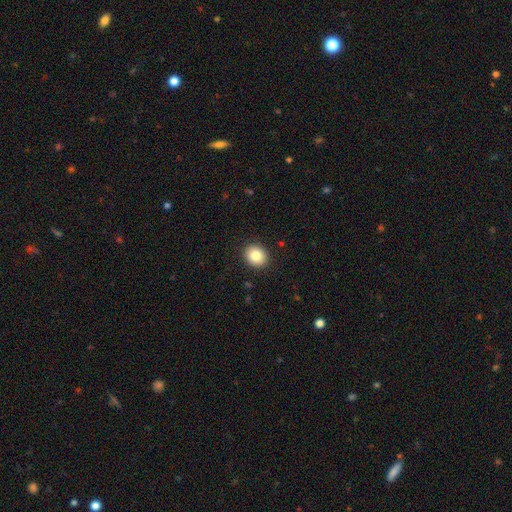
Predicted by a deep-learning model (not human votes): Smooth or featured: smooth — 84% (star or artifact — 9%)
How rounded: round — 69% (in between — 30%)
Merging: none — 91% (minor disturbance — 6%)